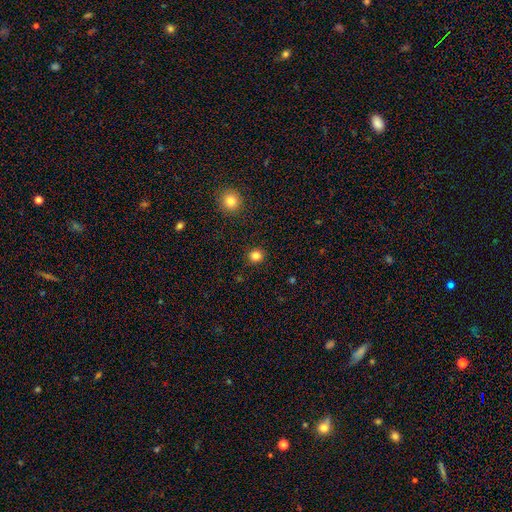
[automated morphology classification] Smooth or featured? Predicted: smooth (p=0.83). How rounded? Predicted: round (p=0.87). Merging? Predicted: none (p=0.91).